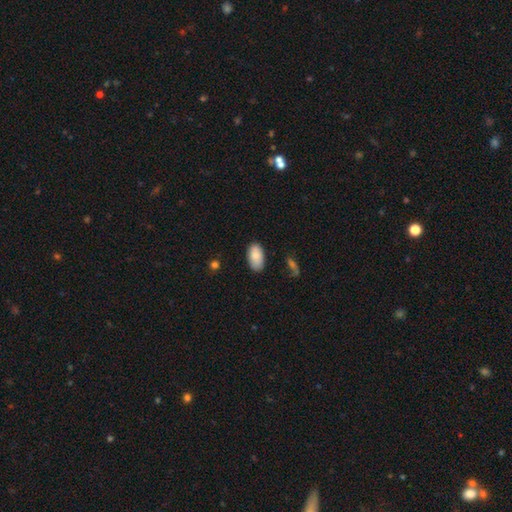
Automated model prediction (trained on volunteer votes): Morphology: type=smooth (84%); roundness=in between (95%); merging=none (82%).